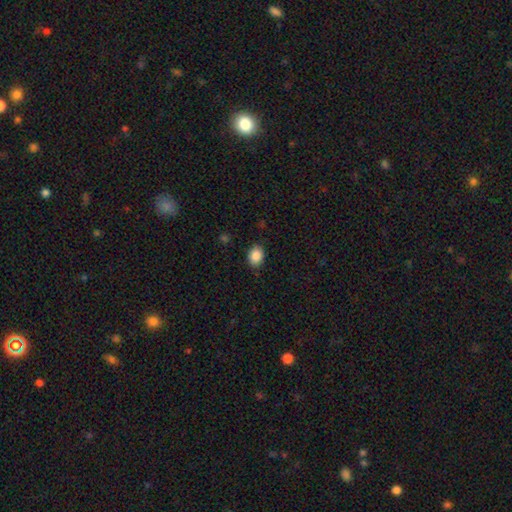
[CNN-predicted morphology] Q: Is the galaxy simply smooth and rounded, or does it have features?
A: smooth — 88%.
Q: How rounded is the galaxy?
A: in between — 64%.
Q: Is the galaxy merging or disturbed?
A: none — 86%.